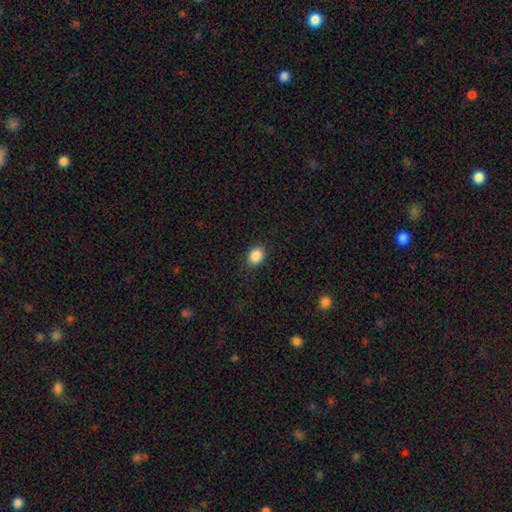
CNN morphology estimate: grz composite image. It shows a smooth galaxy with no disk features (88%) that is in between round and cigar-shaped (61%). Merging: none (88%).